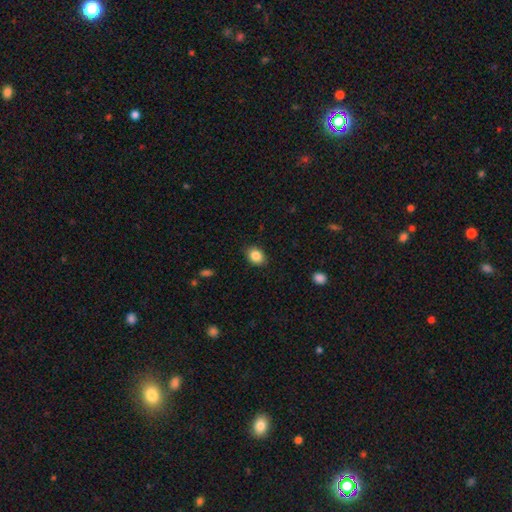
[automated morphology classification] smooth_or_featured: smooth (p=0.86) [alt: star or artifact p=0.09]
how_rounded: in between (p=0.67) [alt: round p=0.32]
merging: none (p=0.87) [alt: minor disturbance p=0.10]